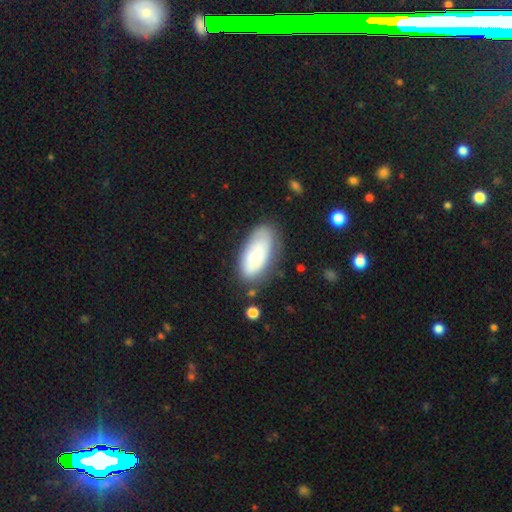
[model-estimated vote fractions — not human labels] The model was most divided on "smooth or featured": smooth: 59%, featured or disk: 33%, star or artifact: 7%. More confident: how rounded — in between (90%); merging — none (69%).